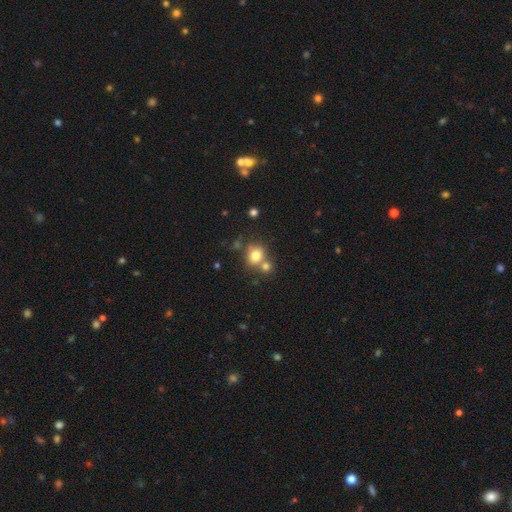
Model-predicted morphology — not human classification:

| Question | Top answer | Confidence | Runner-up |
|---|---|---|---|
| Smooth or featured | smooth | 77% | featured or disk (12%) |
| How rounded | round | 62% | in between (37%) |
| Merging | none | 49% | merger (35%) |